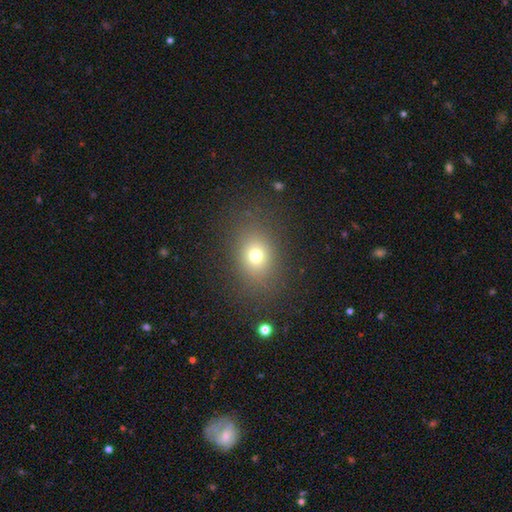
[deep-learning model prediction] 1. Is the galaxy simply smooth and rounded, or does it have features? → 72% smooth, 18% star or artifact, 10% featured or disk.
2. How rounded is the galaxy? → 50% round, 49% in between, 1% cigar-shaped.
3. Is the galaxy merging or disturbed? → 83% none, 9% minor disturbance, 6% major disturbance, 1% merger.